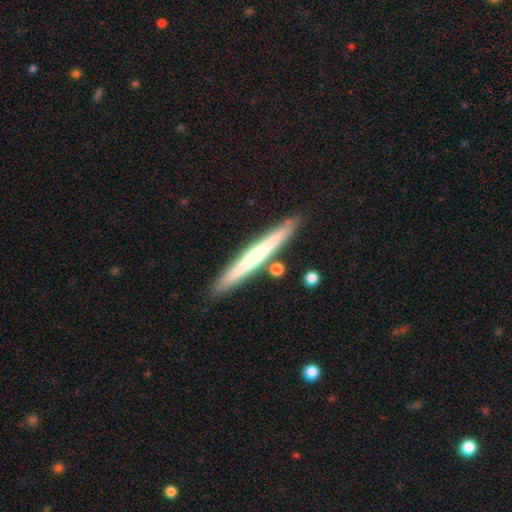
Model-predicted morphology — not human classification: smooth-or-featured: featured or disk: 49% | smooth: 45% | star or artifact: 6%
  merging: none: 87% | minor disturbance: 8% | merger: 4% | major disturbance: 2%